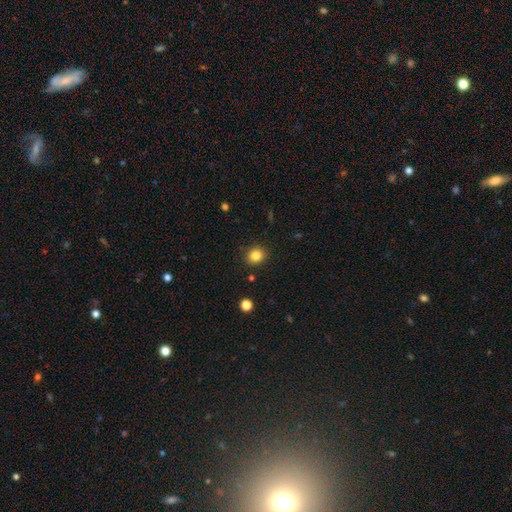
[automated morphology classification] The model was most divided on "how rounded": round: 82%, in between: 17%, cigar-shaped: 1%. More confident: merging — none (89%); smooth or featured — smooth (83%).